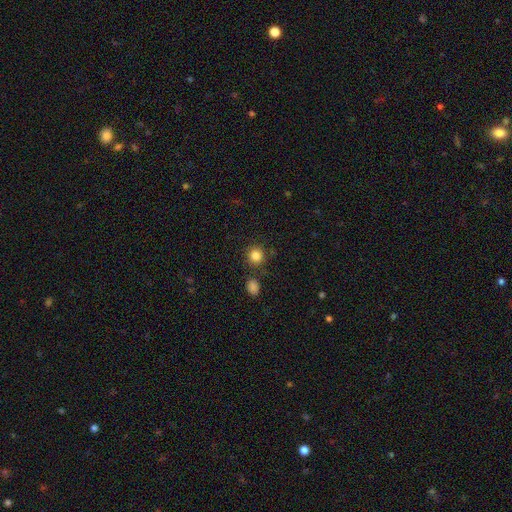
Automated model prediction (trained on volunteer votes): Morphology: type=smooth (84%); roundness=round (89%); merging=none (83%).